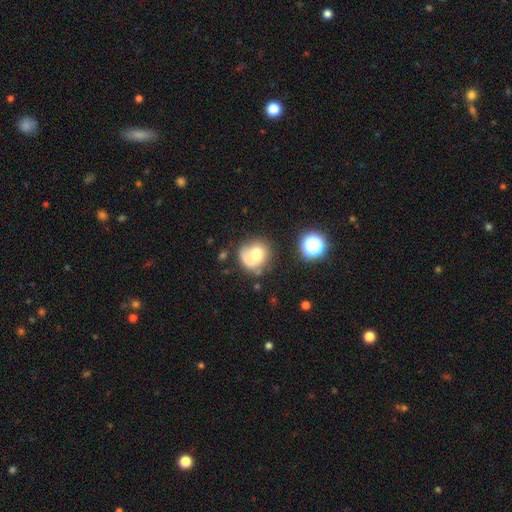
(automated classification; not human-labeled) This is possibly a smooth galaxy (55%). How rounded: likely round (75%). Merging: possibly none (46%).